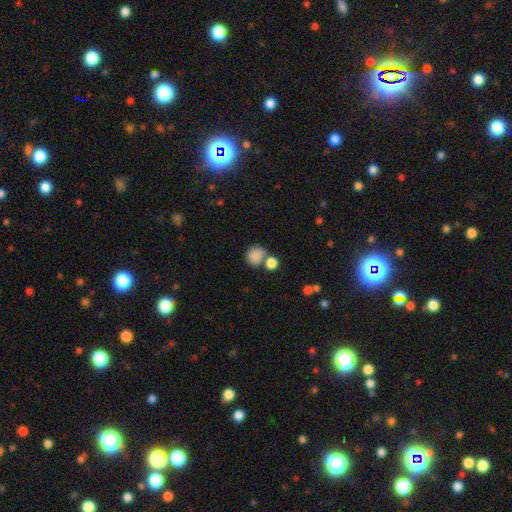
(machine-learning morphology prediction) Smooth or featured: smooth — 84% (star or artifact — 9%)
How rounded: round — 79% (in between — 20%)
Merging: none — 49% (merger — 34%)